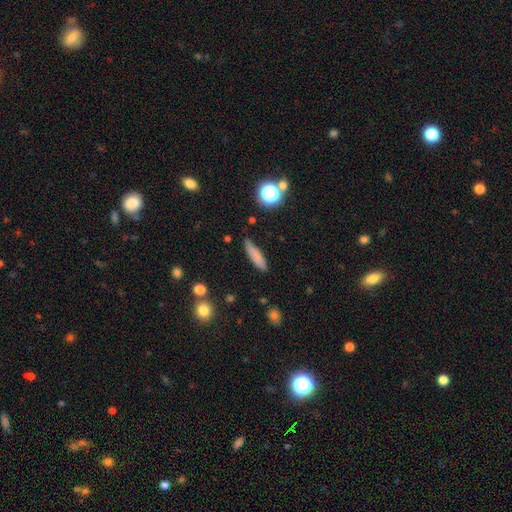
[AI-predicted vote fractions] Morphology: type=smooth (77%); roundness=cigar-shaped (81%); merging=none (82%).